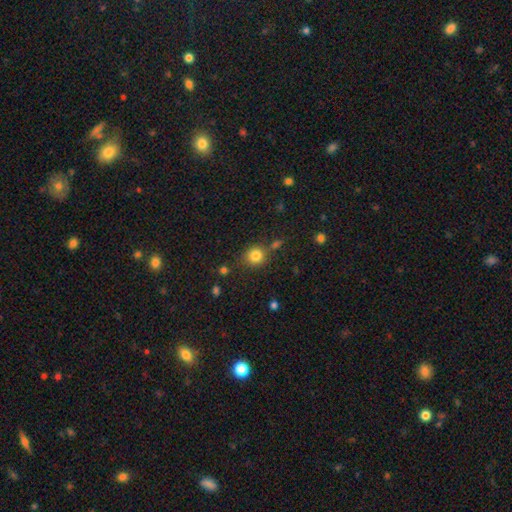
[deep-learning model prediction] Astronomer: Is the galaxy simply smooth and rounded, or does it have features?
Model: smooth — 83%.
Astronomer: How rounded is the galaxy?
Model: round — 85%.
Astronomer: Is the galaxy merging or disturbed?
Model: none — 75%.